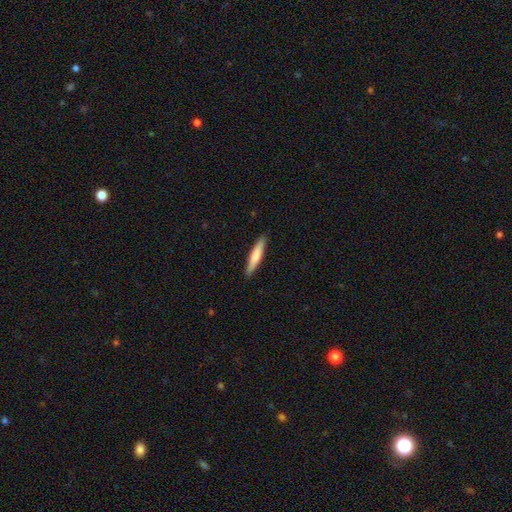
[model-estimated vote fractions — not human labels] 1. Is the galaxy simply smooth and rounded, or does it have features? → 72% smooth, 23% featured or disk, 5% star or artifact.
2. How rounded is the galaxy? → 91% cigar-shaped, 8% in between, 1% round.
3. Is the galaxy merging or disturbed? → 90% none, 8% minor disturbance, 1% major disturbance, 1% merger.